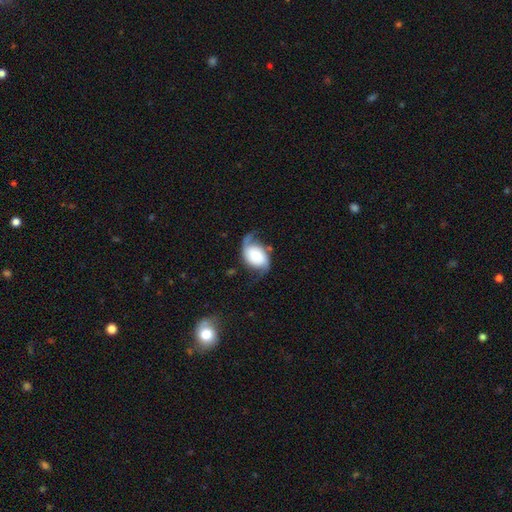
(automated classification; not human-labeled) A featured or disk galaxy (60%) with no bar (68%), 2 (83%) loose (66%) spiral arms (90%) and a dominant central bulge (38%). Merging: none (45%).